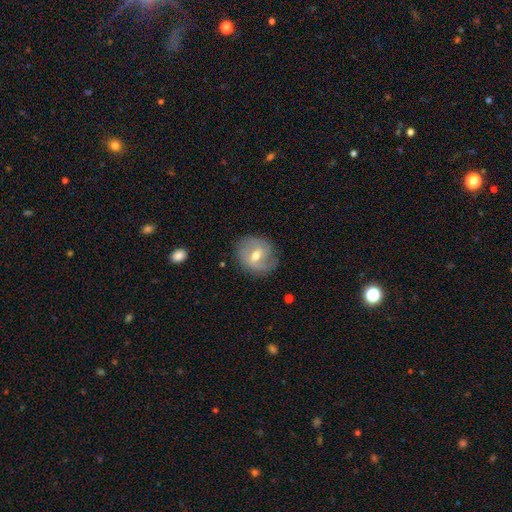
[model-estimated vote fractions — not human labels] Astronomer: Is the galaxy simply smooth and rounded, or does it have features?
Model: featured or disk — 59%.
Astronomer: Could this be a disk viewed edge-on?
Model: no — 96%.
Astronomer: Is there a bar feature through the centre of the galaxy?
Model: weak — 54%.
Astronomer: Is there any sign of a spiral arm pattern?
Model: yes — 75%.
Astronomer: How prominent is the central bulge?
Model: moderate — 74%.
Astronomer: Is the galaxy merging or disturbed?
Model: none — 72%.